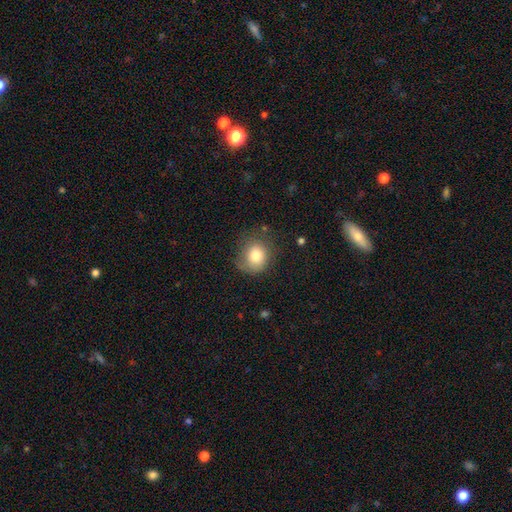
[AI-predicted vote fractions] Smooth or featured: smooth — 79% (featured or disk — 11%)
How rounded: round — 73% (in between — 27%)
Merging: none — 63% (minor disturbance — 25%)